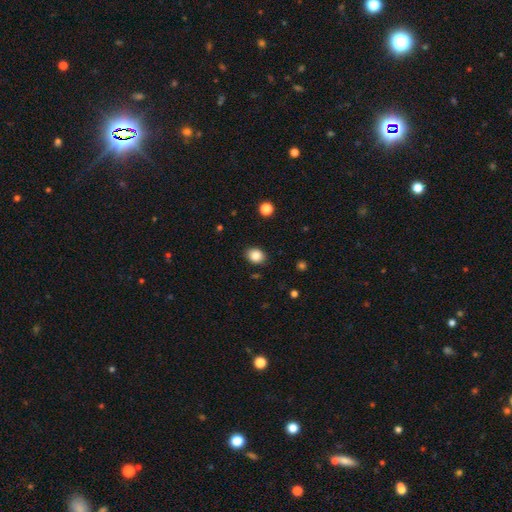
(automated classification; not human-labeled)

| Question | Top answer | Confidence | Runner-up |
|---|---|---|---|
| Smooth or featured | smooth | 86% | star or artifact (10%) |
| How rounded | in between | 54% | round (45%) |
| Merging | none | 87% | minor disturbance (10%) |